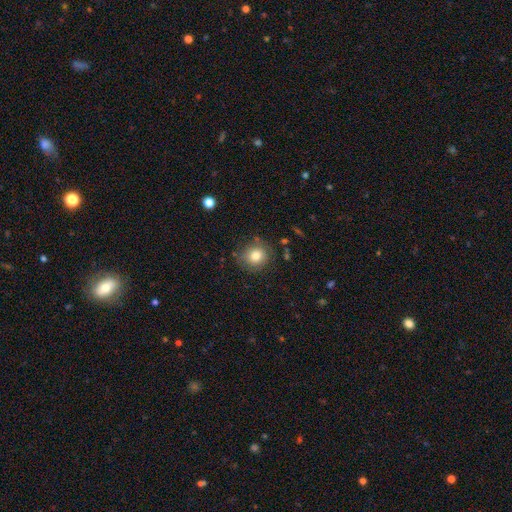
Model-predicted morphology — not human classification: The model was most divided on "merging": none: 80%, minor disturbance: 14%, major disturbance: 4%, merger: 3%. More confident: how rounded — round (87%); smooth or featured — smooth (79%).